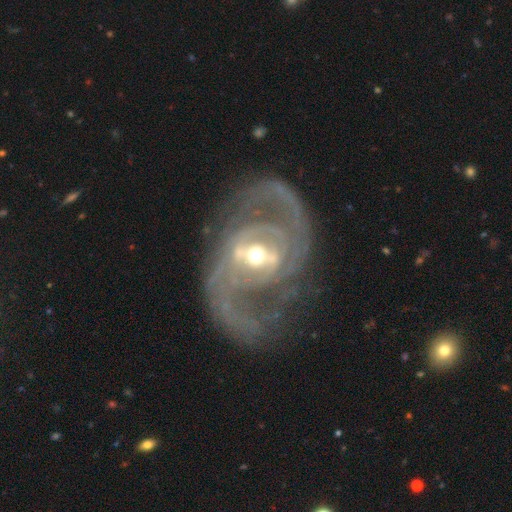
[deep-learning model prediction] Morphology: type=featured or disk (89%); edge-on=no (96%); bar=strong (42%); spiral arms=yes (88%); winding=medium (43%); arm count=2 (68%); bulge=moderate (61%); merging=none (61%).